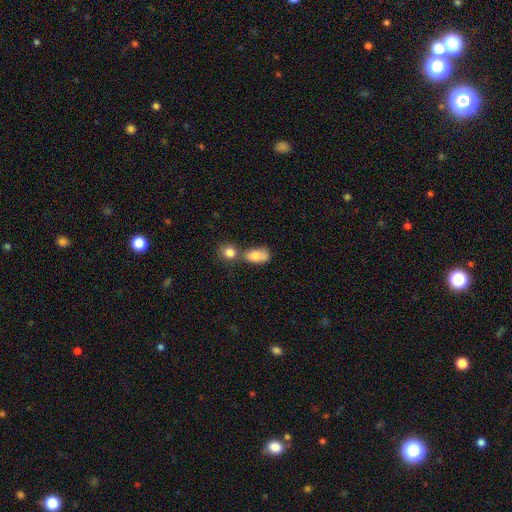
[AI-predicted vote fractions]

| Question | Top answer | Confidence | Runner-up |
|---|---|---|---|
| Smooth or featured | smooth | 81% | featured or disk (11%) |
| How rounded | in between | 82% | round (14%) |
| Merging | merger | 47% | none (30%) |